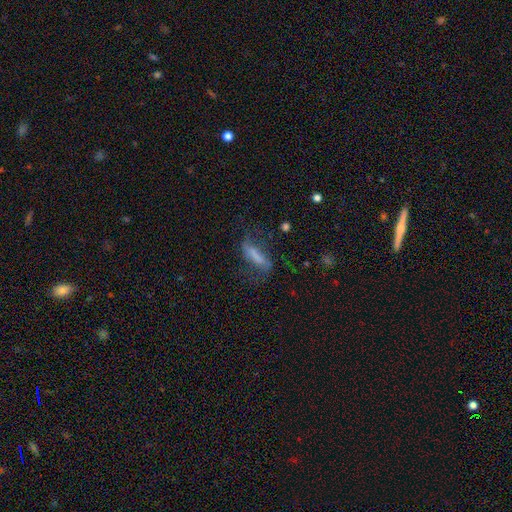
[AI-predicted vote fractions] smooth-or-featured: smooth: 49% | featured or disk: 40% | star or artifact: 11%
  merging: none: 48% | major disturbance: 26% | minor disturbance: 23% | merger: 3%